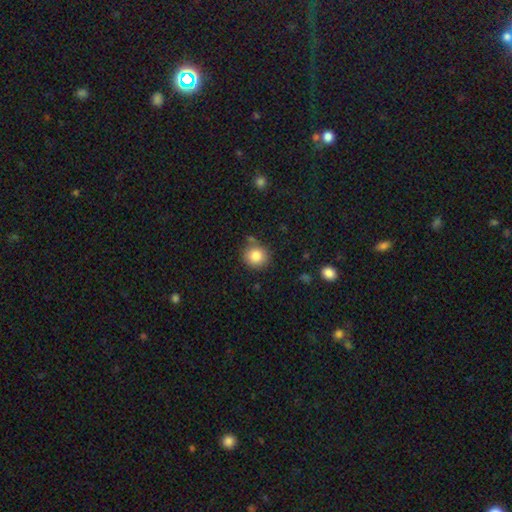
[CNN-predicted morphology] A smooth galaxy with no disk features (85%) that is round (87%). Merging: none (76%).